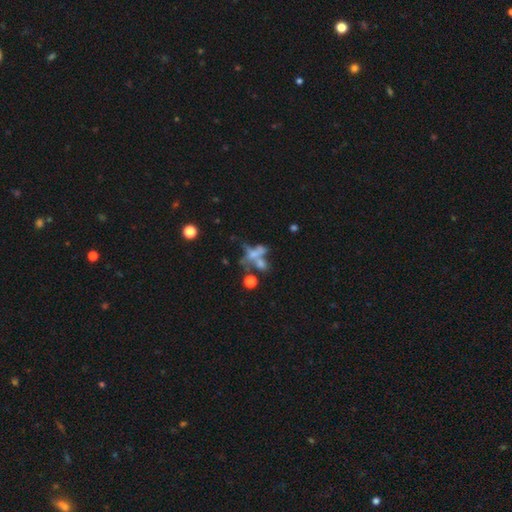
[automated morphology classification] Smooth or featured? Predicted: smooth (p=0.44). Merging? Predicted: merger (p=0.41).